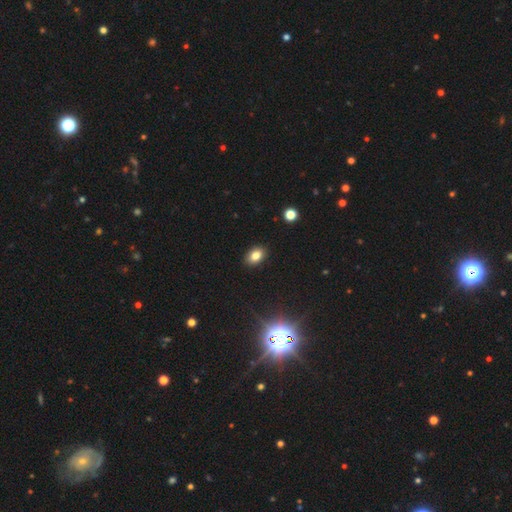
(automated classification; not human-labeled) Q: Smooth or featured?
A: smooth (81%); runner-up: star or artifact (12%)
Q: How rounded?
A: in between (83%); runner-up: round (16%)
Q: Merging?
A: none (89%); runner-up: minor disturbance (8%)